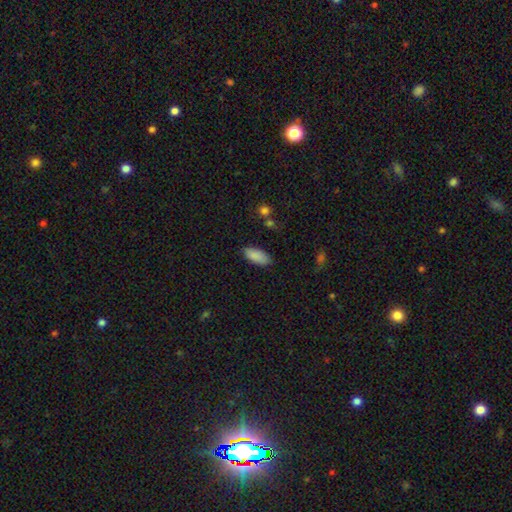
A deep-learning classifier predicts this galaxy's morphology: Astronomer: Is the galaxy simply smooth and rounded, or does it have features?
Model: smooth — 89%.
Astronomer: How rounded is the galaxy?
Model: in between — 87%.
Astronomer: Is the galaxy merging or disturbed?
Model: none — 84%.